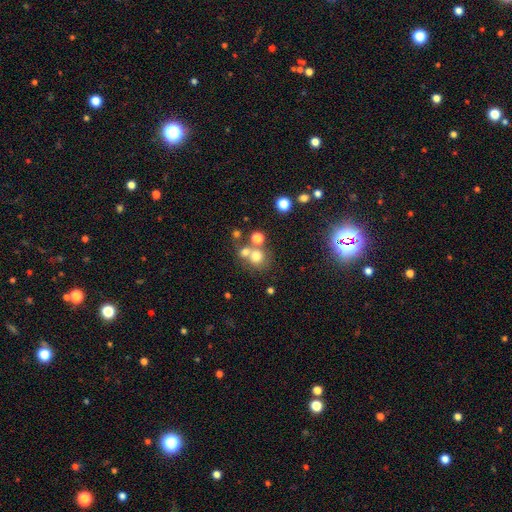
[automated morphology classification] smooth-or-featured: smooth: 70% | star or artifact: 17% | featured or disk: 13%
  how-rounded: round: 84% | in between: 15% | cigar-shaped: 1%
  merging: none: 50% | merger: 35% | minor disturbance: 9% | major disturbance: 5%